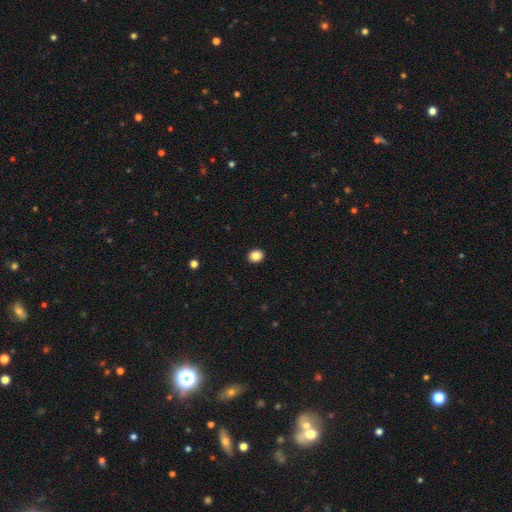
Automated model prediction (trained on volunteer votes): Smooth or featured? smooth (86%)
How rounded? round (70%)
Merging? none (92%)